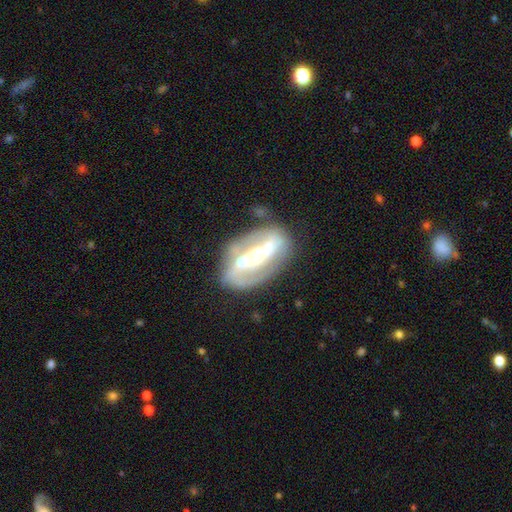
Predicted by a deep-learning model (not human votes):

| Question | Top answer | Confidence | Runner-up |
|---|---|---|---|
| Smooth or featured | featured or disk | 80% | smooth (14%) |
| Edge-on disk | no | 91% | yes (9%) |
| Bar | strong | 58% | no (23%) |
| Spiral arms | yes | 62% | no (38%) |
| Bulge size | moderate | 57% | small (33%) |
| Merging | none | 57% | minor disturbance (17%) |